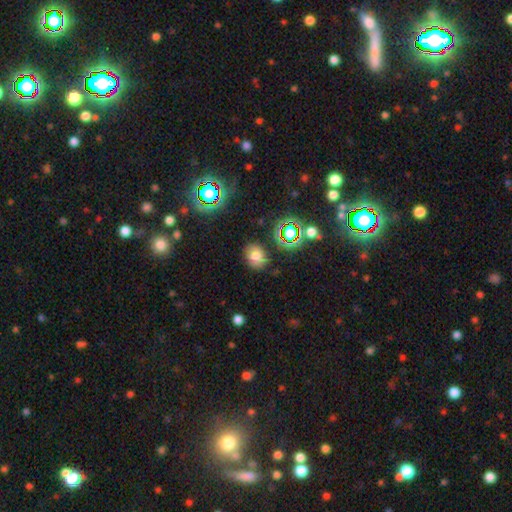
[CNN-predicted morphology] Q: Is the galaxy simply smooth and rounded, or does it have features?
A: smooth — 70%.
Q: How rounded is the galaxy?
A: round — 50%.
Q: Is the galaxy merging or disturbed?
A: none — 80%.